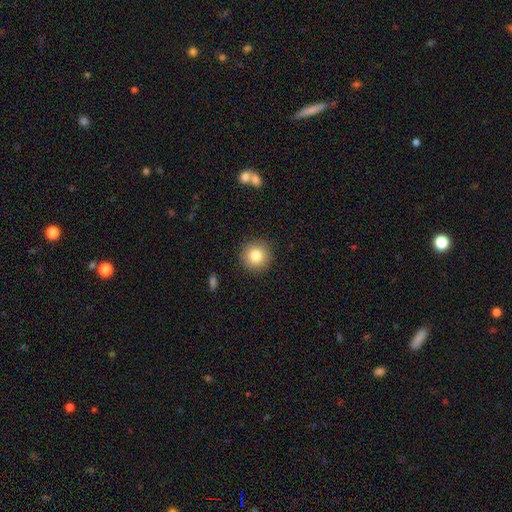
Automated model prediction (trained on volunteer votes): The model was most divided on "smooth or featured": smooth: 83%, star or artifact: 10%, featured or disk: 8%. More confident: how rounded — round (94%); merging — none (91%).